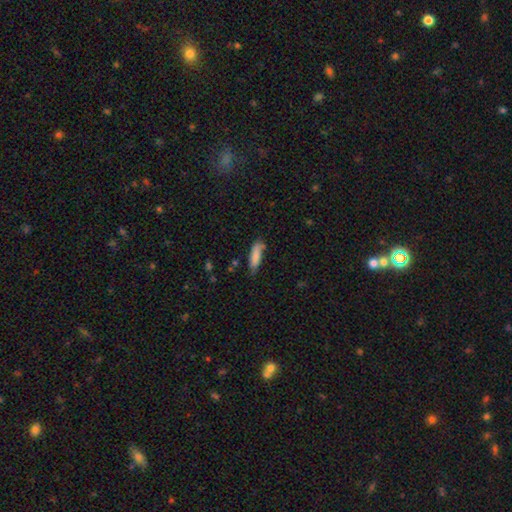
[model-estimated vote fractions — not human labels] smooth_or_featured: smooth (p=0.83) [alt: featured or disk p=0.10]
how_rounded: cigar-shaped (p=0.62) [alt: in between p=0.36]
merging: none (p=0.67) [alt: minor disturbance p=0.23]